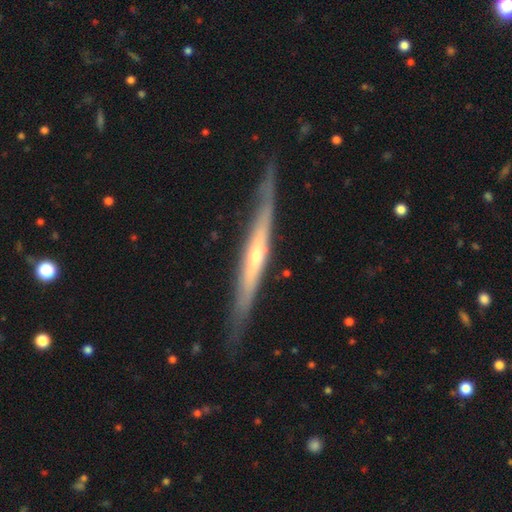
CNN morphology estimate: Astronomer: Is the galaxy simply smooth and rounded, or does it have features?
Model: featured or disk — 76%.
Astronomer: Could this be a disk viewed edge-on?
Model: yes — 93%.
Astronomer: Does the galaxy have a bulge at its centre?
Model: rounded — 61%.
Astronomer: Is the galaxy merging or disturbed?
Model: none — 82%.